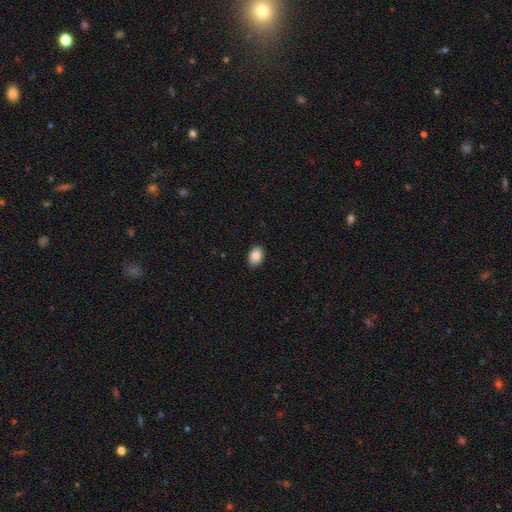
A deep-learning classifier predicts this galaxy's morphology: This appears to be a smooth galaxy with no disk features (86%) that is in between round and cigar-shaped (83%). Merging: none (89%).